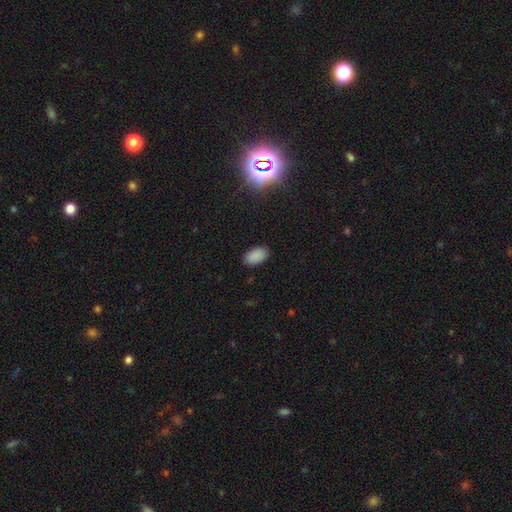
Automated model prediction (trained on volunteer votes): smooth_or_featured: smooth (p=0.87) [alt: star or artifact p=0.10]
how_rounded: in between (p=0.94) [alt: round p=0.05]
merging: none (p=0.87) [alt: minor disturbance p=0.10]